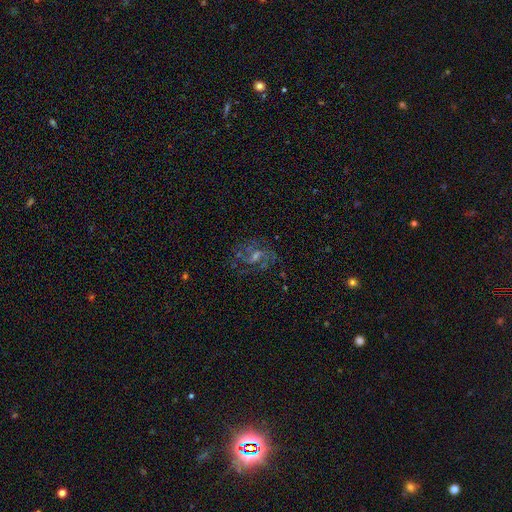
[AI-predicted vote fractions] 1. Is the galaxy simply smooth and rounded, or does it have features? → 68% featured or disk, 17% star or artifact, 14% smooth.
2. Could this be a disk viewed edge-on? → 96% no, 4% yes.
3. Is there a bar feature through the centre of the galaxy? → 52% weak, 34% no, 15% strong.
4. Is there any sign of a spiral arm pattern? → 87% yes, 13% no.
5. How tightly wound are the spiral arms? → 50% medium, 26% loose, 25% tight.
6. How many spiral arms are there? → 48% 2, 26% can't tell, 12% 3, 5% 1, 5% 4, 4% more than 4.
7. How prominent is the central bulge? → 45% small, 39% moderate, 11% none, 4% large, 1% dominant.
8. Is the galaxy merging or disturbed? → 70% none, 15% minor disturbance, 12% major disturbance, 2% merger.